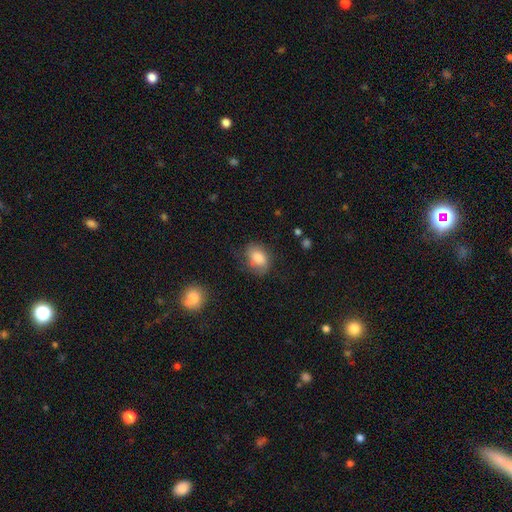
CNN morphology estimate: Smooth or featured: smooth — 77% (featured or disk — 13%)
How rounded: in between — 74% (round — 25%)
Merging: none — 70% (minor disturbance — 22%)